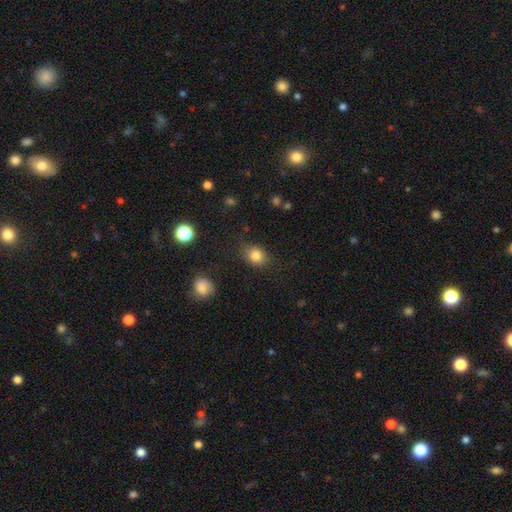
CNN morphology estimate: Smooth or featured? smooth (82%)
How rounded? in between (58%)
Merging? none (79%)